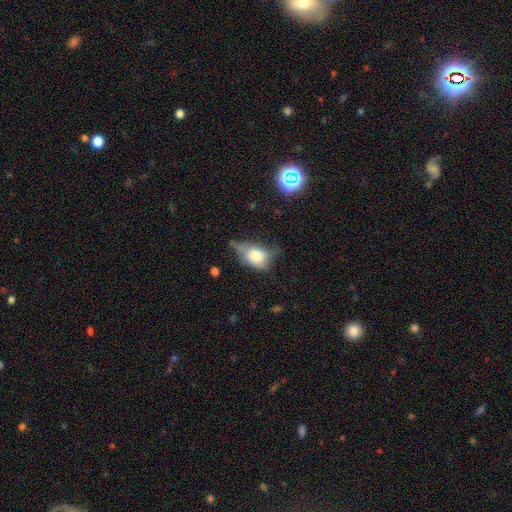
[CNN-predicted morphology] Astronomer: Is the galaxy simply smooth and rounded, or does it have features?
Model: smooth — 71%.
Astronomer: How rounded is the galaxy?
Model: in between — 78%.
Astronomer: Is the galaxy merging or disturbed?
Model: minor disturbance — 40% (runner-up: none, 32%).